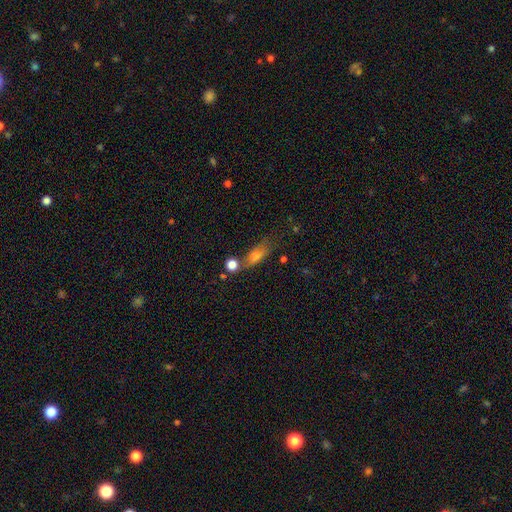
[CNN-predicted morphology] The model was most divided on "how rounded": in between: 56%, cigar-shaped: 35%, round: 9%. More confident: smooth or featured — smooth (61%); merging — none (55%).